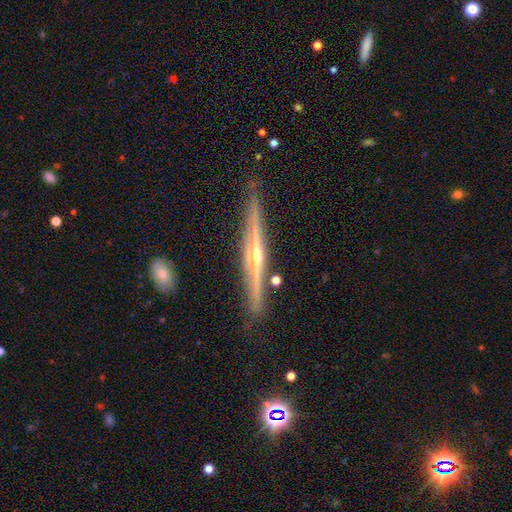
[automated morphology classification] Smooth or featured? Predicted: featured or disk (p=0.83). Edge-on disk? Predicted: yes (p=0.98). Edge-on bulge? Predicted: rounded (p=0.80). Merging? Predicted: none (p=0.87).